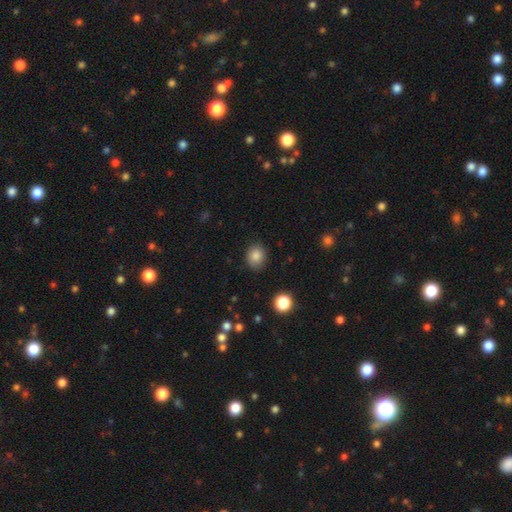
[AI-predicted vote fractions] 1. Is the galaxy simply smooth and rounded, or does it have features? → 85% smooth, 10% star or artifact, 5% featured or disk.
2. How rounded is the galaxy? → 64% round, 35% in between, 1% cigar-shaped.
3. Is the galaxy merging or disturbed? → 85% none, 11% minor disturbance, 3% major disturbance, 1% merger.